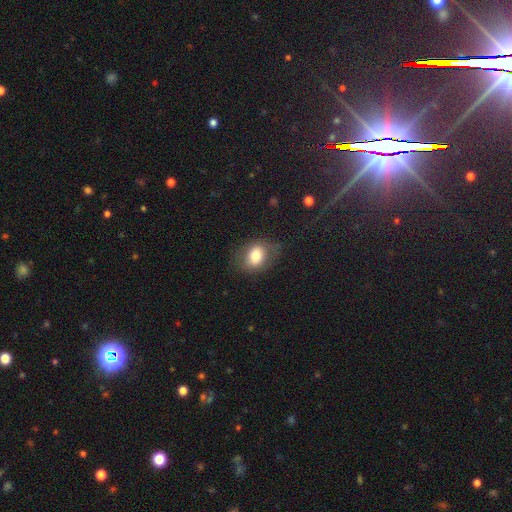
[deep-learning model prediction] A smooth galaxy with no disk features (77%) that is in between round and cigar-shaped (66%). Merging: none (72%).